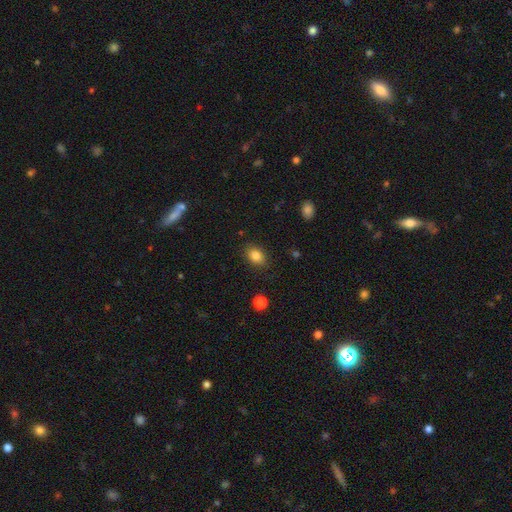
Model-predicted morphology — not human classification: Smooth or featured: smooth — 84% (star or artifact — 10%)
How rounded: in between — 68% (round — 31%)
Merging: none — 85% (minor disturbance — 11%)